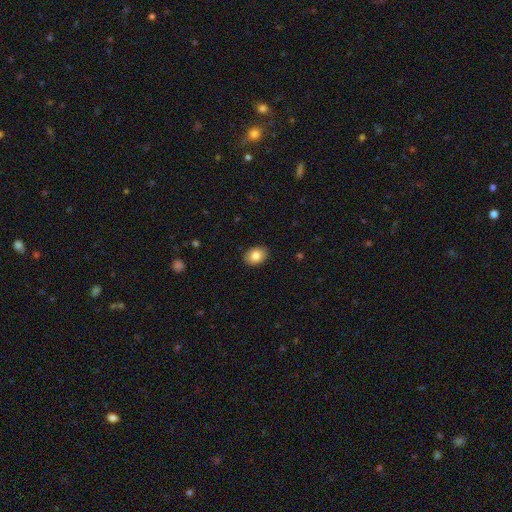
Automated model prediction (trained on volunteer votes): smooth_or_featured: smooth (p=0.84) [alt: featured or disk p=0.08]
how_rounded: in between (p=0.71) [alt: round p=0.28]
merging: none (p=0.89) [alt: minor disturbance p=0.08]